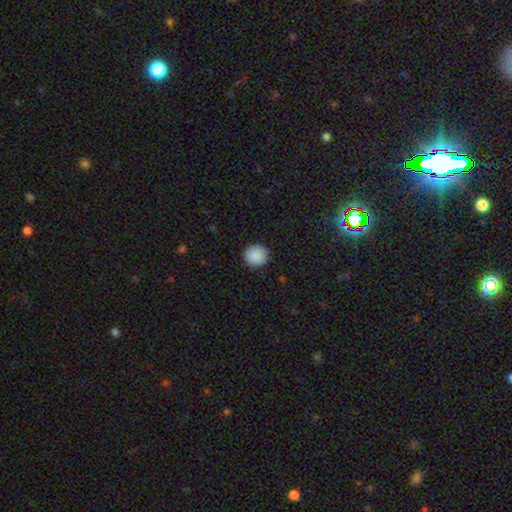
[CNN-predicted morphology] smooth_or_featured: smooth (p=0.90) [alt: star or artifact p=0.07]
how_rounded: round (p=0.94) [alt: in between p=0.05]
merging: none (p=0.92) [alt: minor disturbance p=0.05]